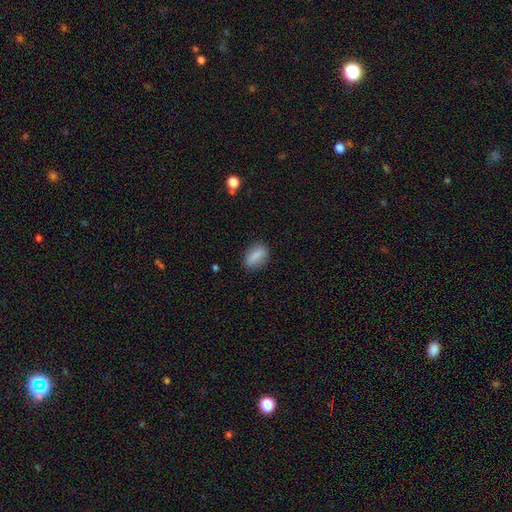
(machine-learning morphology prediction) Smooth or featured? Predicted: smooth (p=0.85). How rounded? Predicted: in between (p=0.83). Merging? Predicted: none (p=0.82).